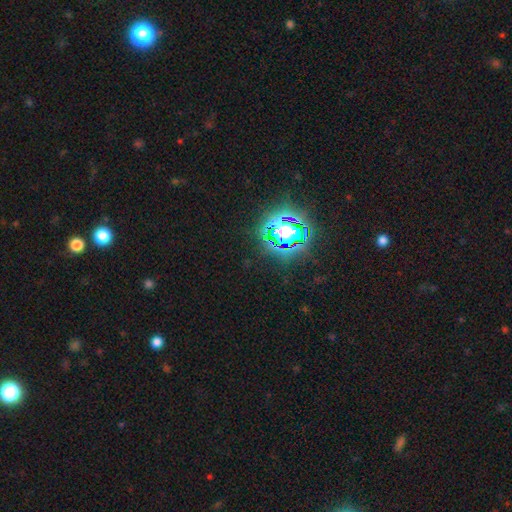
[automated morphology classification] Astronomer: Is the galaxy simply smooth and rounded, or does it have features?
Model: star or artifact — 82%.